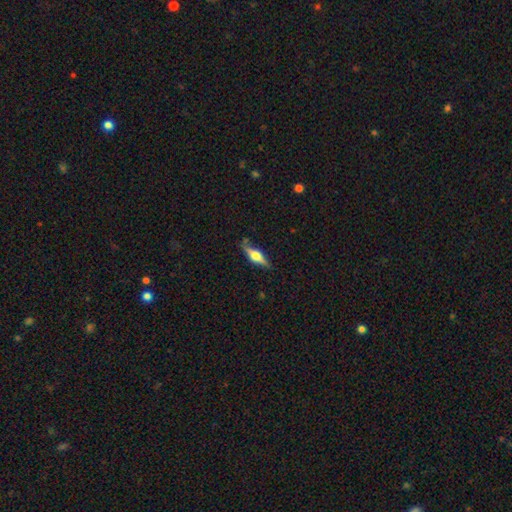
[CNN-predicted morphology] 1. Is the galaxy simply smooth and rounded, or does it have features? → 69% featured or disk, 25% smooth, 6% star or artifact.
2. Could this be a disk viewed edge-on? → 96% yes, 4% no.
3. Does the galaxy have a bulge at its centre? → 93% rounded, 6% boxy, 2% none.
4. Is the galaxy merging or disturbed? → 83% none, 12% minor disturbance, 3% major disturbance, 2% merger.